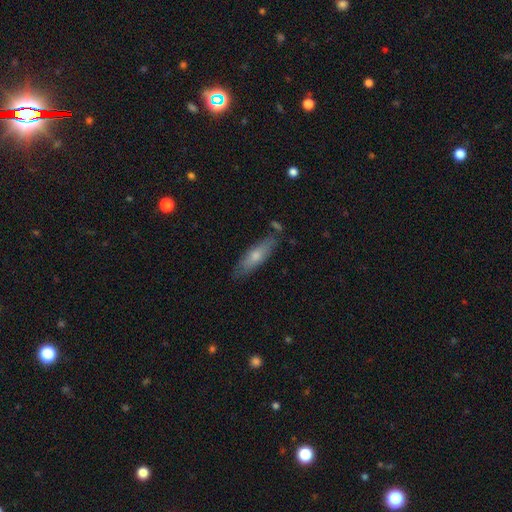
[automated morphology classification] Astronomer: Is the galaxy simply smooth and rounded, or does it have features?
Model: smooth — 66%.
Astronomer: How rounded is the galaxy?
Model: cigar-shaped — 59% (runner-up: in between, 39%).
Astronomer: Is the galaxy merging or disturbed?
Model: none — 76%.